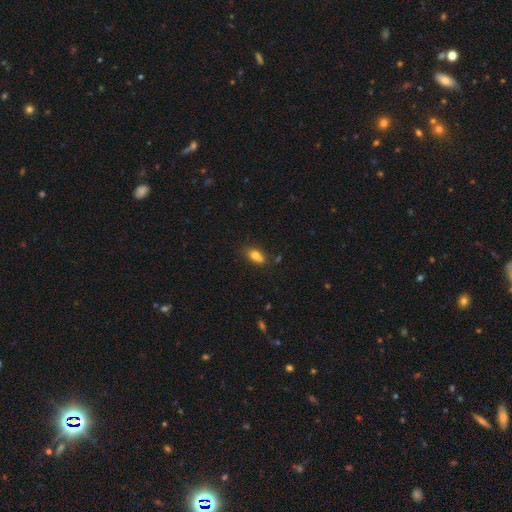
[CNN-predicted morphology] This is likely a smooth galaxy (77%). How rounded: clearly in between (81%). Merging: likely none (66%).